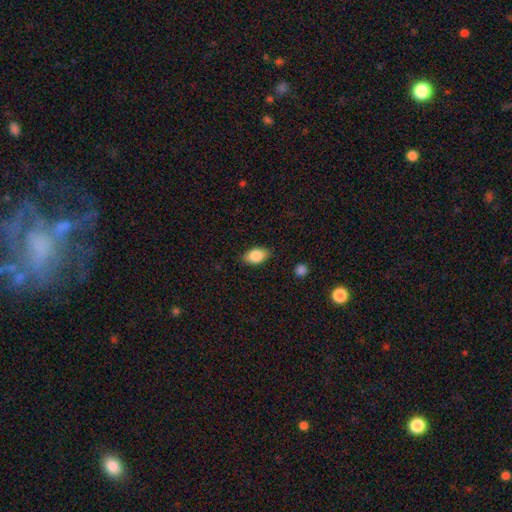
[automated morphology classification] A smooth galaxy with no disk features (84%) that is in between round and cigar-shaped (90%). Merging: none (85%).